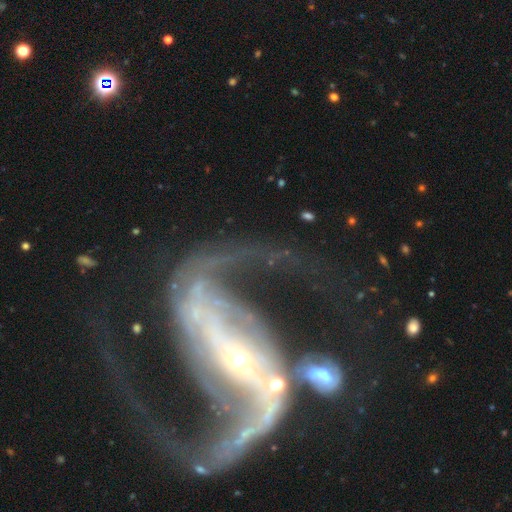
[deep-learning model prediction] smooth_or_featured: featured or disk (p=0.92) [alt: star or artifact p=0.05]
disk_edge_on: no (p=0.96) [alt: yes p=0.04]
bar: strong (p=0.65) [alt: weak p=0.21]
has_spiral_arms: yes (p=0.96) [alt: no p=0.04]
spiral_winding: loose (p=0.59) [alt: medium p=0.32]
spiral_arm_count: 2 (p=0.91) [alt: can't tell p=0.02]
bulge_size: small (p=0.80) [alt: moderate p=0.16]
merging: none (p=0.49) [alt: major disturbance p=0.27]